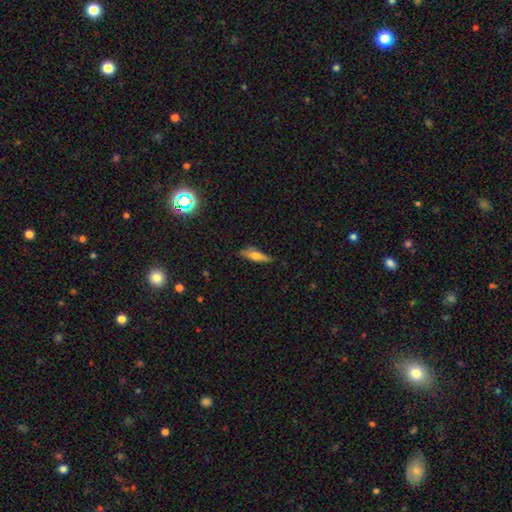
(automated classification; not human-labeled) A smooth galaxy with no disk features (58%) that is cigar-shaped (62%). Merging: none (76%).